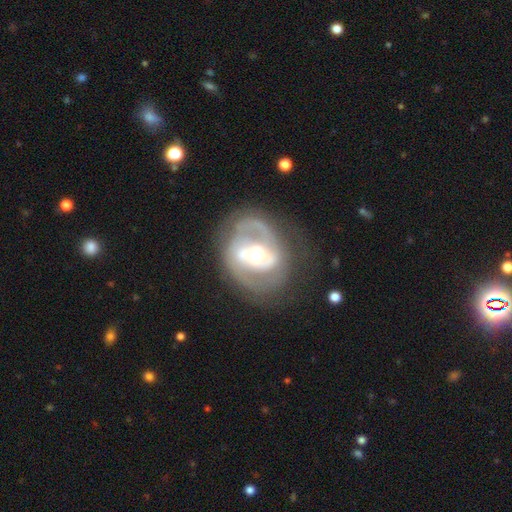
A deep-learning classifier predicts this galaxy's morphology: Smooth or featured? Predicted: featured or disk (p=0.77). Edge-on disk? Predicted: no (p=0.96). Bar? Predicted: no (p=0.36). Spiral arms? Predicted: yes (p=0.72). Spiral winding? Predicted: medium (p=0.42). Spiral arm count? Predicted: 2 (p=0.70). Bulge size? Predicted: moderate (p=0.64). Merging? Predicted: none (p=0.59).